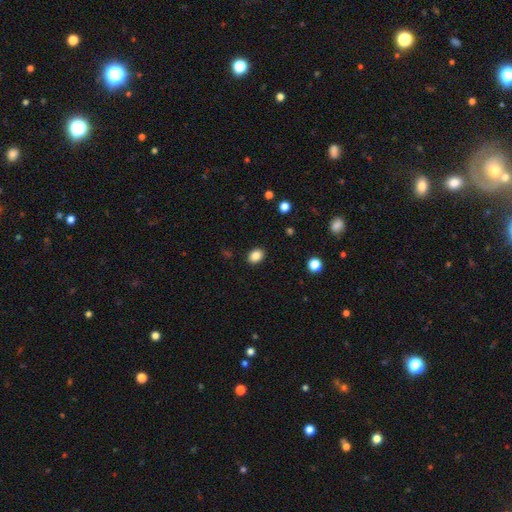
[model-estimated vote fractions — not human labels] Smooth or featured? smooth (86%)
How rounded? in between (63%)
Merging? none (89%)